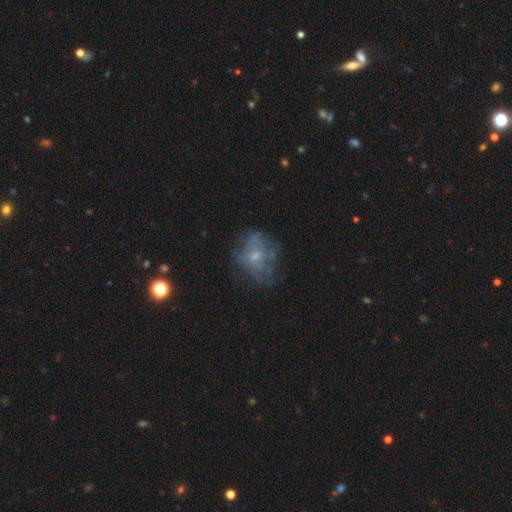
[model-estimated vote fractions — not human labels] A featured or disk galaxy (56%) with no bar (82%), no spiral arms (66%) and a small central bulge (52%). Merging: none (58%).